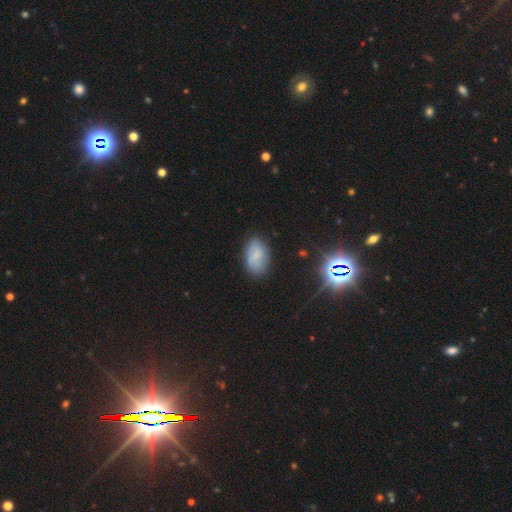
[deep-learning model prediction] Smooth or featured? Predicted: smooth (p=0.64). How rounded? Predicted: in between (p=0.90). Merging? Predicted: none (p=0.78).